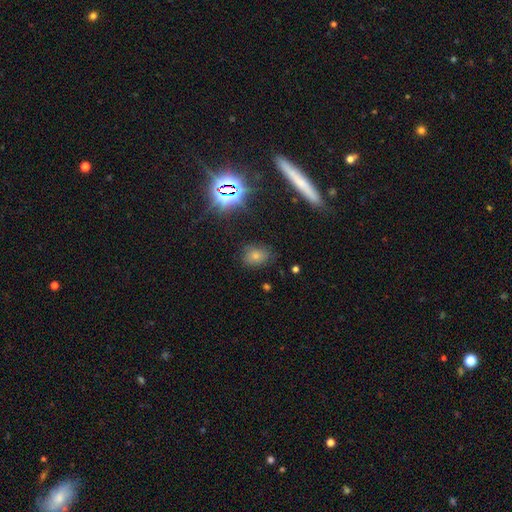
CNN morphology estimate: smooth_or_featured: smooth (p=0.66) [alt: star or artifact p=0.23]
how_rounded: in between (p=0.63) [alt: round p=0.36]
merging: none (p=0.77) [alt: minor disturbance p=0.17]